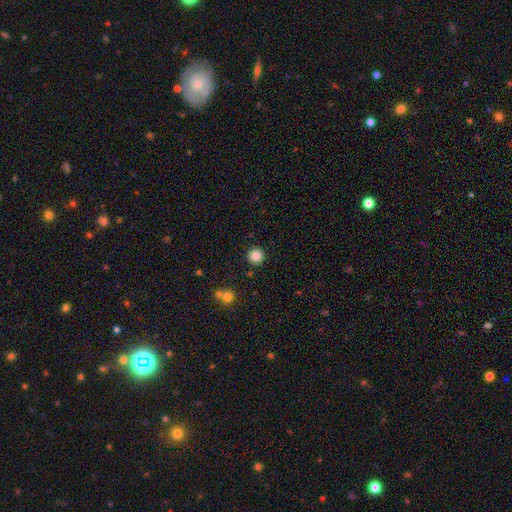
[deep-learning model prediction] smooth-or-featured: smooth: 86% | star or artifact: 10% | featured or disk: 4%
  how-rounded: round: 96% | in between: 3% | cigar-shaped: 1%
  merging: none: 92% | minor disturbance: 5% | merger: 2% | major disturbance: 2%